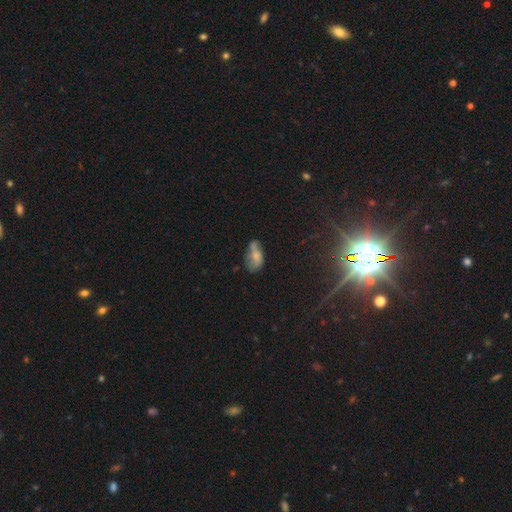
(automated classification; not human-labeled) Smooth or featured: smooth — 58% (featured or disk — 30%)
How rounded: in between — 90% (round — 6%)
Merging: none — 34% (minor disturbance — 32%)